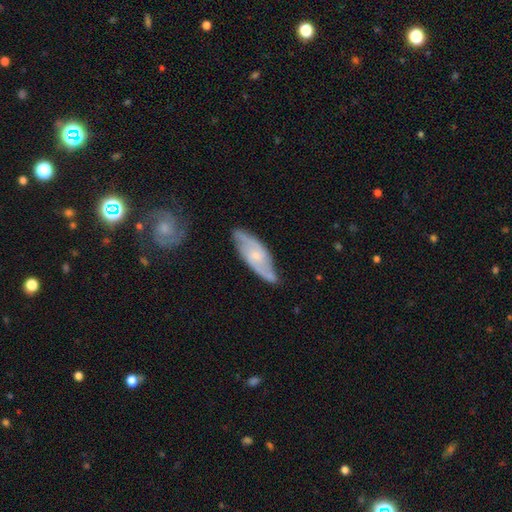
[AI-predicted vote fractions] smooth_or_featured: featured or disk (p=0.74) [alt: smooth p=0.20]
disk_edge_on: no (p=0.86) [alt: yes p=0.14]
bar: no (p=0.59) [alt: weak p=0.34]
has_spiral_arms: yes (p=0.92) [alt: no p=0.08]
spiral_winding: medium (p=0.47) [alt: tight p=0.28]
spiral_arm_count: 2 (p=0.79) [alt: can't tell p=0.12]
bulge_size: small (p=0.66) [alt: moderate p=0.26]
merging: none (p=0.74) [alt: minor disturbance p=0.19]